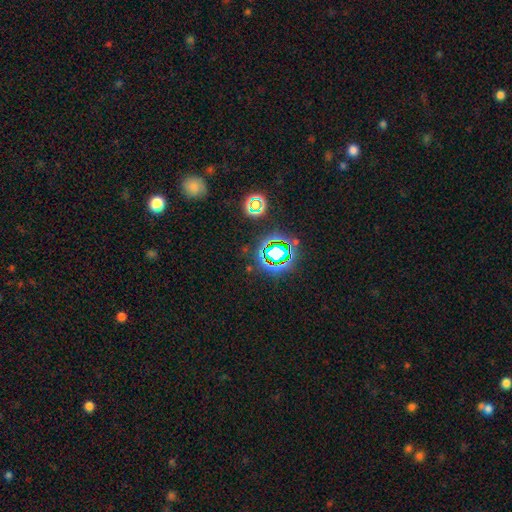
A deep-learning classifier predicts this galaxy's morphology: A star or artifact, not a galaxy (71%).

Vote fractions:
- Smooth or featured? star or artifact: 71% / smooth: 20% / featured or disk: 8%